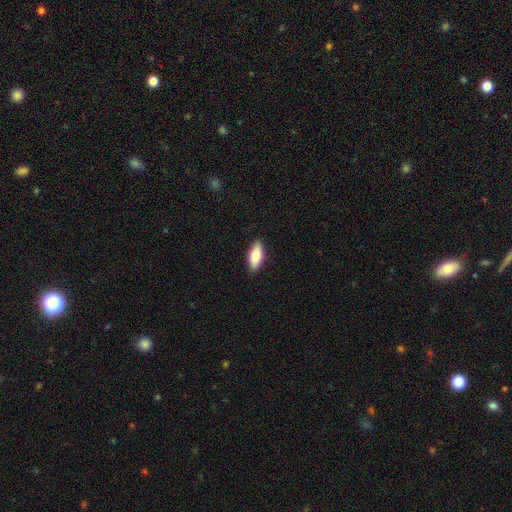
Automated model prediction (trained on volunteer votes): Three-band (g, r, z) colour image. It shows a smooth galaxy with no disk features (75%) that is in between round and cigar-shaped (77%). Merging: none (88%).